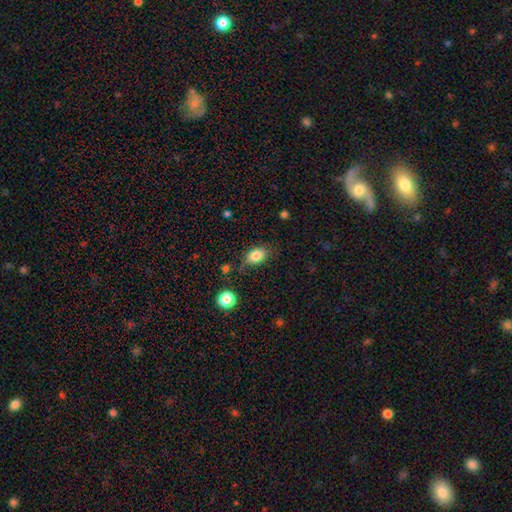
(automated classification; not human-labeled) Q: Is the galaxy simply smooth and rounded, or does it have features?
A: smooth — 81%.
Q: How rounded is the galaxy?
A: in between — 78%.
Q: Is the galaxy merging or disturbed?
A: none — 68%.